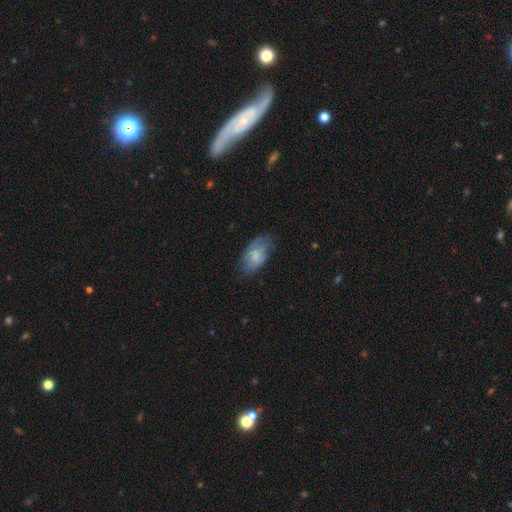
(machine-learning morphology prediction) A smooth galaxy with no disk features (75%) that is in between round and cigar-shaped (93%).

Vote fractions:
- Smooth or featured? smooth: 75% / featured or disk: 19% / star or artifact: 6%
- How rounded? in between: 93% / round: 5% / cigar-shaped: 2%
- Merging? none: 63% / minor disturbance: 29% / major disturbance: 7% / merger: 1%